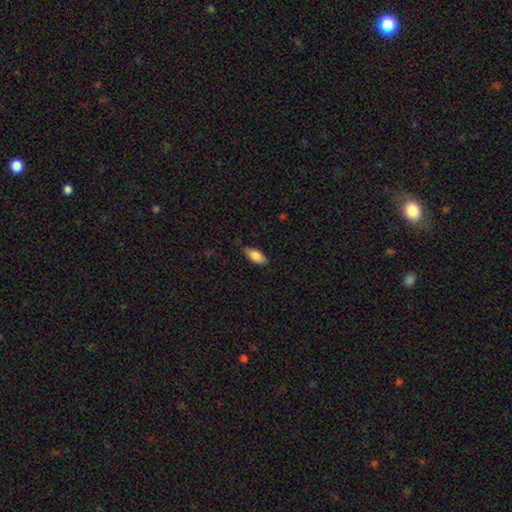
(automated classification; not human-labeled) A smooth galaxy with no disk features (80%) that is in between round and cigar-shaped (86%). Merging: none (77%).